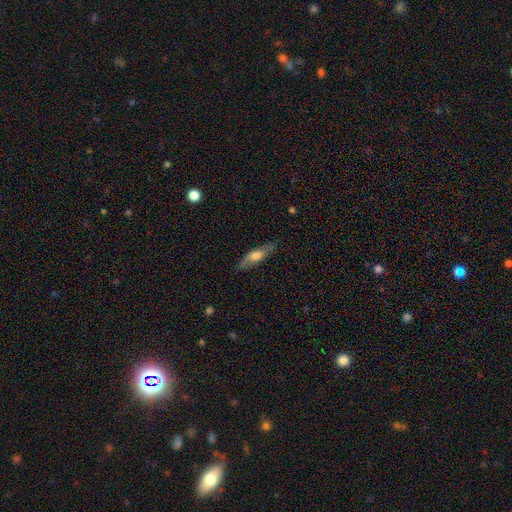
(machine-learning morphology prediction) Smooth or featured: smooth — 52% (featured or disk — 42%)
How rounded: cigar-shaped — 58% (in between — 39%)
Merging: none — 82% (minor disturbance — 14%)